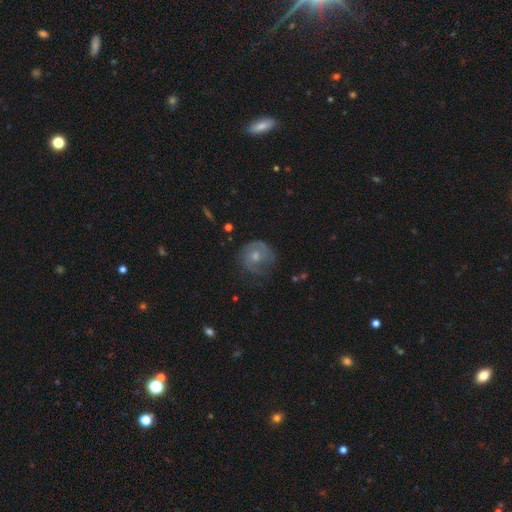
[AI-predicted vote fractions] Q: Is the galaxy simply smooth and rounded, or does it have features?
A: featured or disk — 59%.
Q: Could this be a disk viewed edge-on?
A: no — 97%.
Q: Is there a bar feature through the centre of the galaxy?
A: no — 75%.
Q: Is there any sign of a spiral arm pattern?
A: yes — 77%.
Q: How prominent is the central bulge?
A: moderate — 59%.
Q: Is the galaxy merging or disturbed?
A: none — 60%.